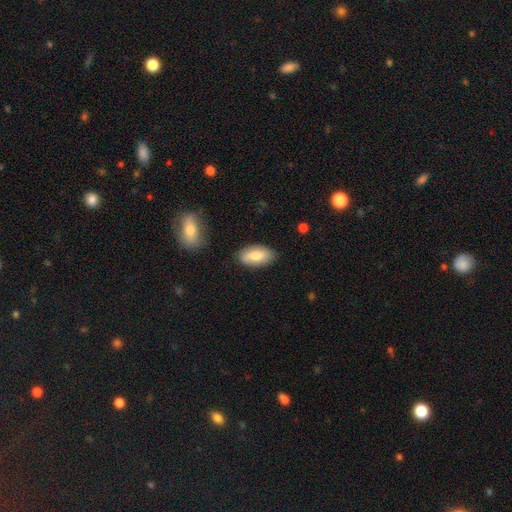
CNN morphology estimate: Overall: smooth (76%). How rounded: in between (93%). Merging: none (80%).